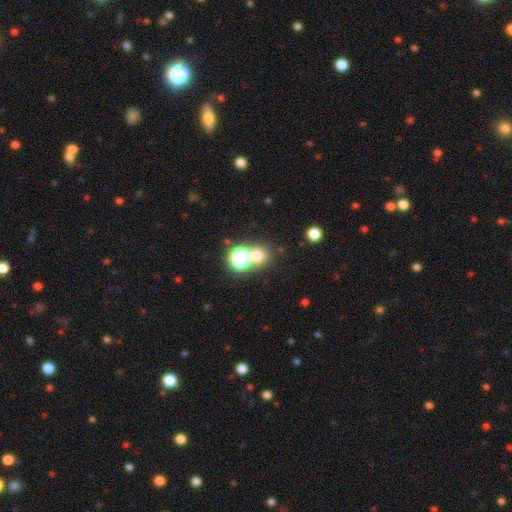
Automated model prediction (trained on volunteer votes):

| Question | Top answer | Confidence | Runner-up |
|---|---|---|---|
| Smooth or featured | smooth | 65% | star or artifact (27%) |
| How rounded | round | 84% | in between (15%) |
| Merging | none | 62% | merger (28%) |